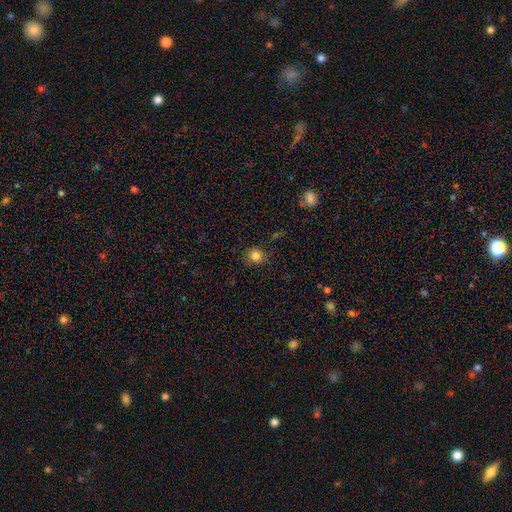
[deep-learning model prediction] Smooth or featured: smooth — 82% (star or artifact — 12%)
How rounded: round — 90% (in between — 9%)
Merging: none — 86% (minor disturbance — 10%)